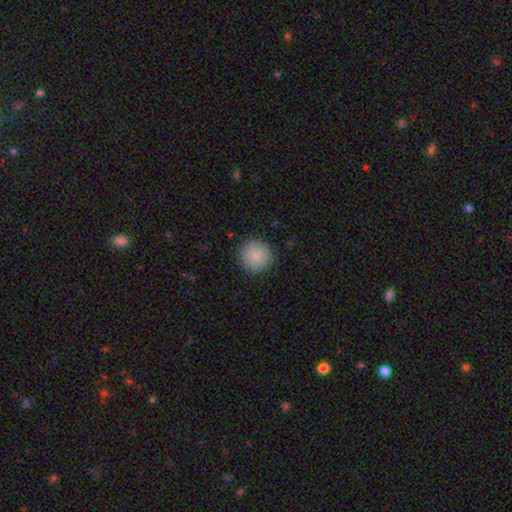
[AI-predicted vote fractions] A smooth galaxy with no disk features (87%) that is round (95%).

Vote fractions:
- Smooth or featured? smooth: 87% / star or artifact: 7% / featured or disk: 6%
- How rounded? round: 95% / in between: 4% / cigar-shaped: 1%
- Merging? none: 89% / minor disturbance: 8% / major disturbance: 2% / merger: 1%